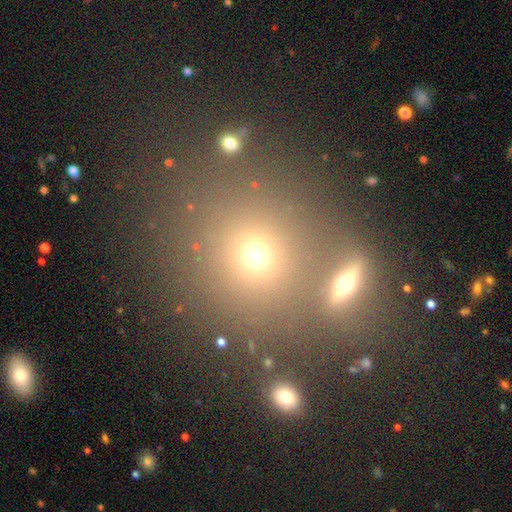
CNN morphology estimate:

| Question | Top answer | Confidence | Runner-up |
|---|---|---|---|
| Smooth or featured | smooth | 64% | star or artifact (23%) |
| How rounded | round | 87% | in between (12%) |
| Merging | none | 65% | merger (21%) |